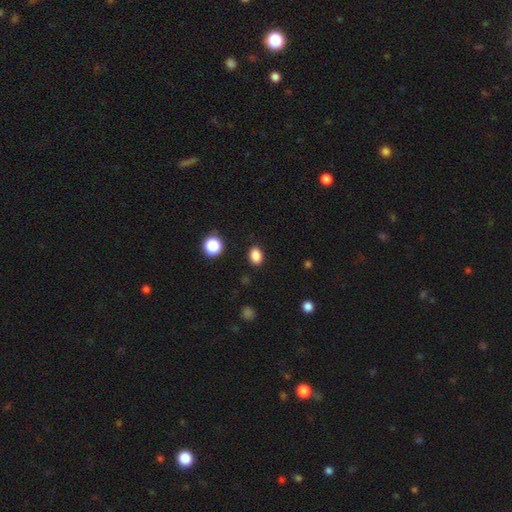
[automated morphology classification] Smooth or featured? Predicted: smooth (p=0.86). How rounded? Predicted: in between (p=0.71). Merging? Predicted: none (p=0.88).